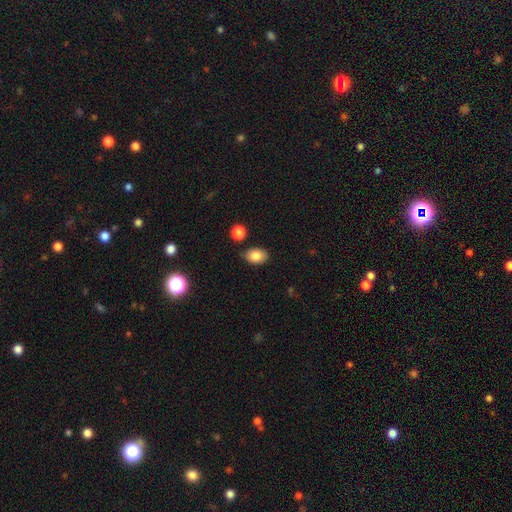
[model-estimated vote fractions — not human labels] This appears to be a smooth galaxy with no disk features (84%) that is in between round and cigar-shaped (79%). Merging: none (77%).